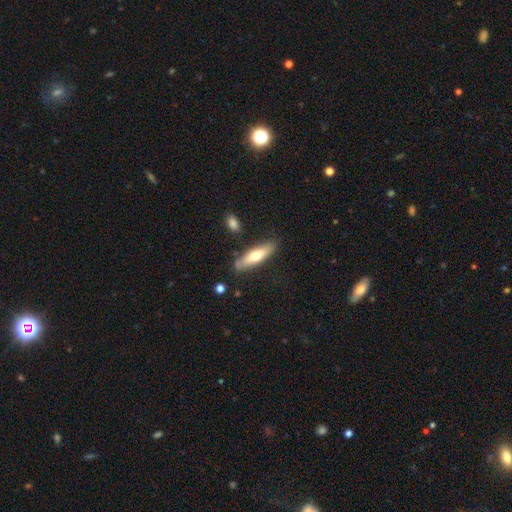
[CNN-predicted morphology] A smooth galaxy with no disk features (60%) that is cigar-shaped (64%). Merging: none (80%).